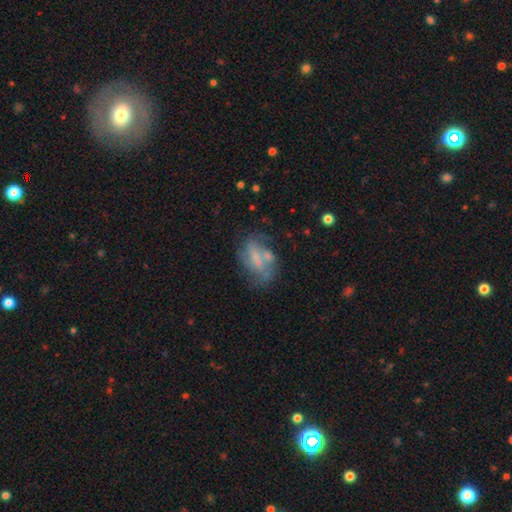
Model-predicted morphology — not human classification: type=featured or disk (48%); merging=none (43%).